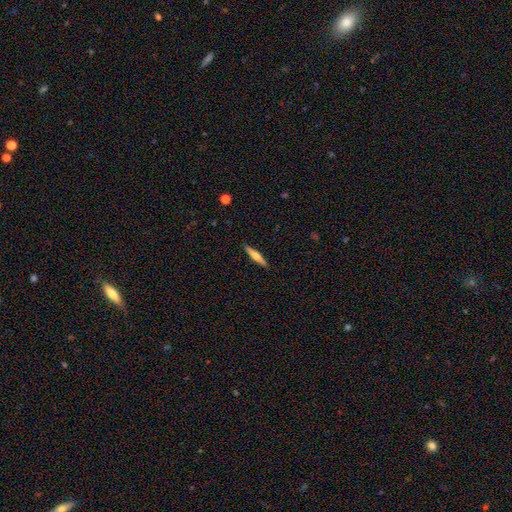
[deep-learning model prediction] featured or disk 53%, smooth 42%, star or artifact 6%. Down the decision tree: edge-on disk — yes (97%); edge-on bulge — rounded (83%); merging — none (91%).